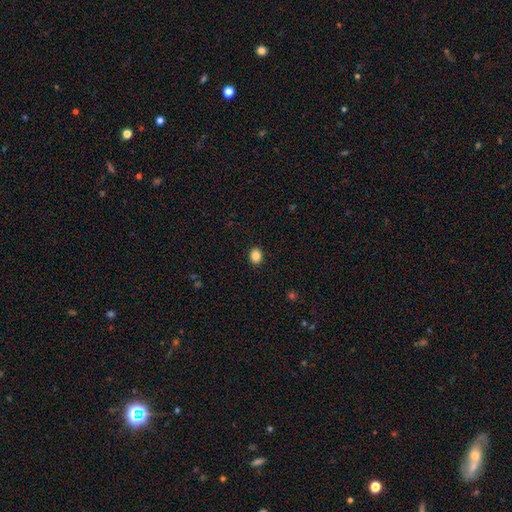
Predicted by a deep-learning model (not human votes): smooth-or-featured: smooth: 86% | star or artifact: 10% | featured or disk: 4%
  how-rounded: round: 55% | in between: 44% | cigar-shaped: 1%
  merging: none: 91% | minor disturbance: 6% | major disturbance: 2% | merger: 1%